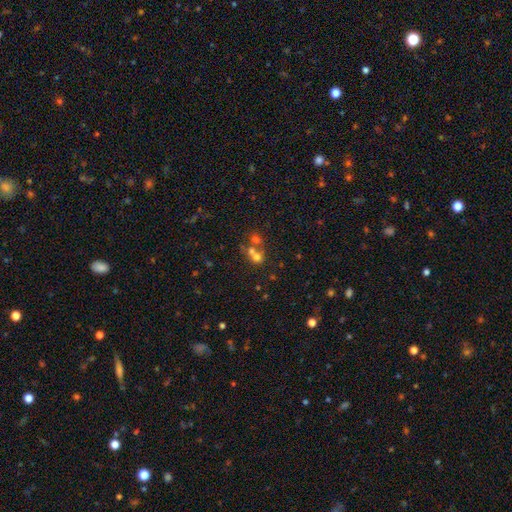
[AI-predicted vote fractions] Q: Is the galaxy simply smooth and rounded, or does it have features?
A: smooth — 59%.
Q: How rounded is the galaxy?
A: round — 77%.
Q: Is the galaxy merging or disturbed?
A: merger — 56%.